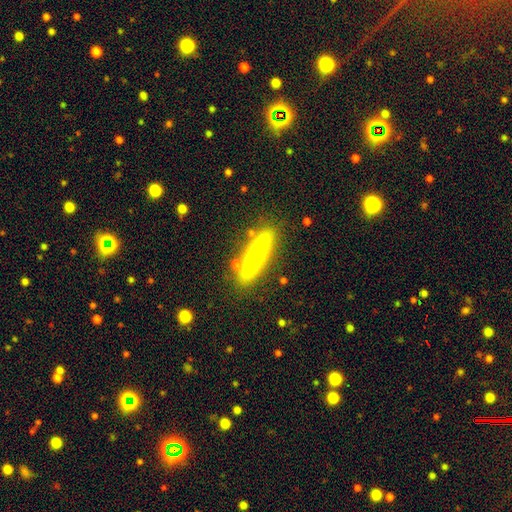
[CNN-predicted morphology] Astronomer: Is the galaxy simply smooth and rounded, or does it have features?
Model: smooth — 58% (runner-up: featured or disk, 34%).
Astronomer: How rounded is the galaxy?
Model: cigar-shaped — 91%.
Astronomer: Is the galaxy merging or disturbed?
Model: none — 81%.